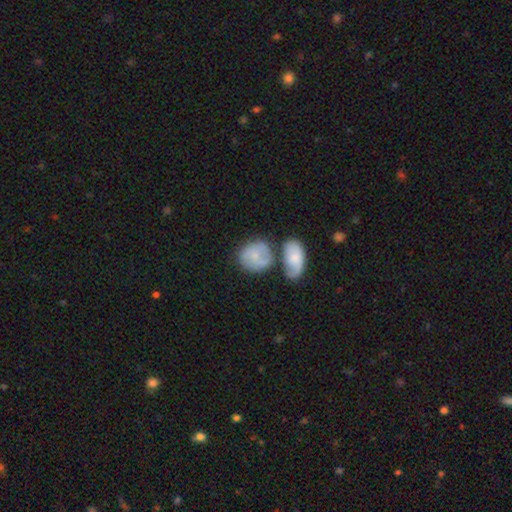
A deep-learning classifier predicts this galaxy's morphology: smooth-or-featured: smooth: 60% | featured or disk: 33% | star or artifact: 7%
  how-rounded: round: 68% | in between: 30% | cigar-shaped: 1%
  merging: none: 40% | merger: 33% | minor disturbance: 18% | major disturbance: 9%